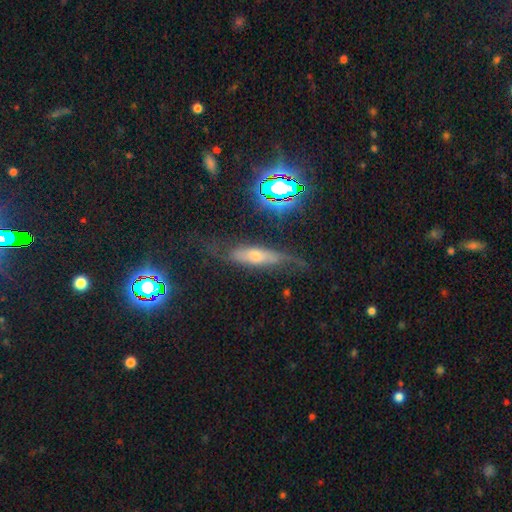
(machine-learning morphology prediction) This is possibly a featured or disk galaxy (46%). Merging: possibly none (57%).